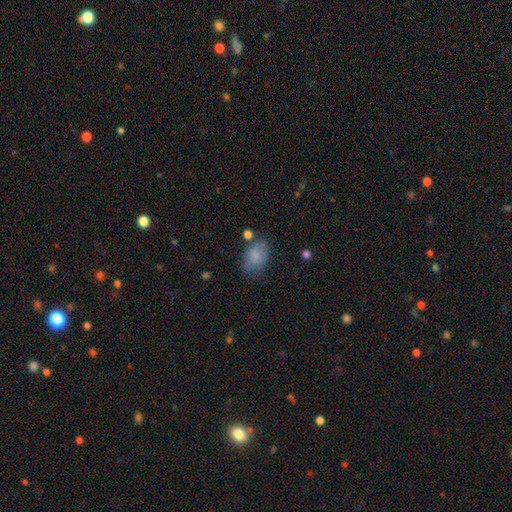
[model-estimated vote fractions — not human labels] A smooth galaxy with no disk features (81%) that is in between round and cigar-shaped (80%).

Vote fractions:
- Smooth or featured? smooth: 81% / featured or disk: 10% / star or artifact: 9%
- How rounded? in between: 80% / round: 18% / cigar-shaped: 1%
- Merging? none: 61% / minor disturbance: 25% / major disturbance: 9% / merger: 5%